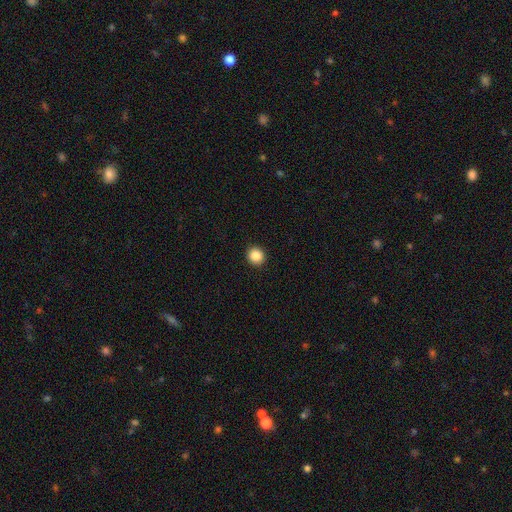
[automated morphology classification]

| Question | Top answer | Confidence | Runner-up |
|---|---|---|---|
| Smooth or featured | smooth | 87% | star or artifact (9%) |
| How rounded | round | 90% | in between (9%) |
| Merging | none | 93% | minor disturbance (5%) |